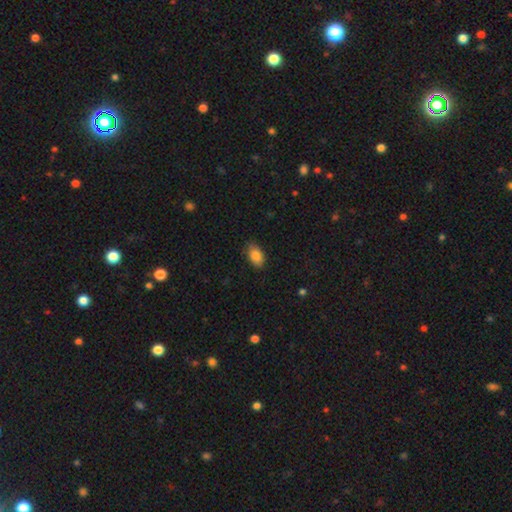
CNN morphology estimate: Smooth or featured: smooth — 86% (star or artifact — 8%)
How rounded: in between — 91% (round — 7%)
Merging: none — 81% (minor disturbance — 15%)